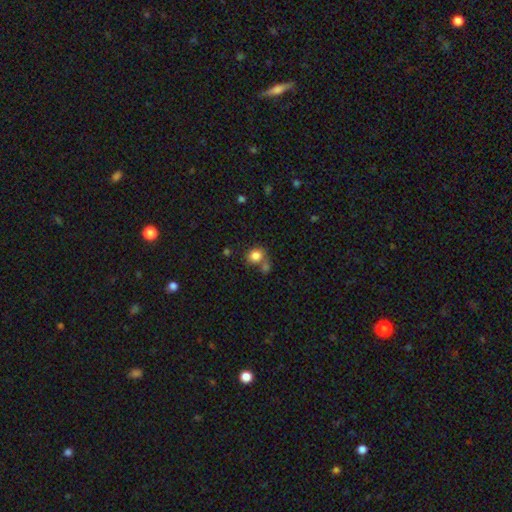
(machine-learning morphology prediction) This is clearly a smooth galaxy (83%). How rounded: likely round (70%). Merging: possibly none (54%).